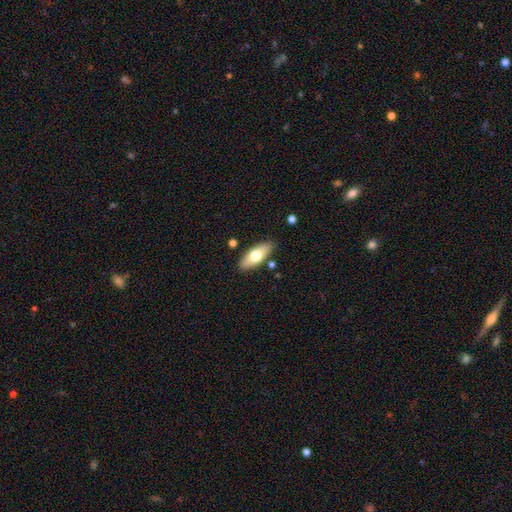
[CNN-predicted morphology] smooth-or-featured: smooth: 64% | featured or disk: 30% | star or artifact: 6%
  how-rounded: in between: 76% | cigar-shaped: 21% | round: 3%
  merging: none: 86% | minor disturbance: 9% | merger: 3% | major disturbance: 2%